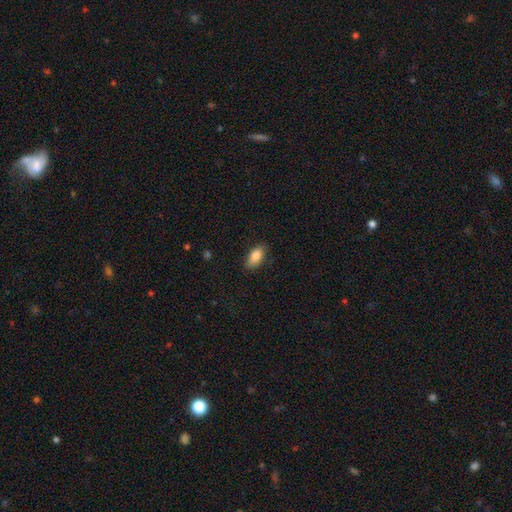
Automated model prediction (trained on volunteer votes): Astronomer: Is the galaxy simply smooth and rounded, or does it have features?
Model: smooth — 84%.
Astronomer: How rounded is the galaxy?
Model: in between — 88%.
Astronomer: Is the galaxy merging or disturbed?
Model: none — 81%.